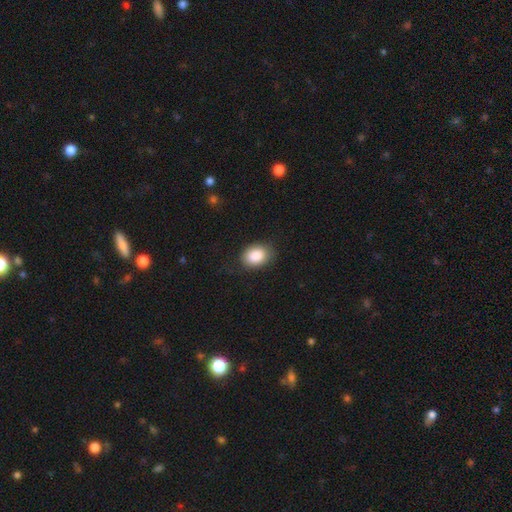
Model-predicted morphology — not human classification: Smooth or featured? smooth (88%)
How rounded? in between (71%)
Merging? none (82%)